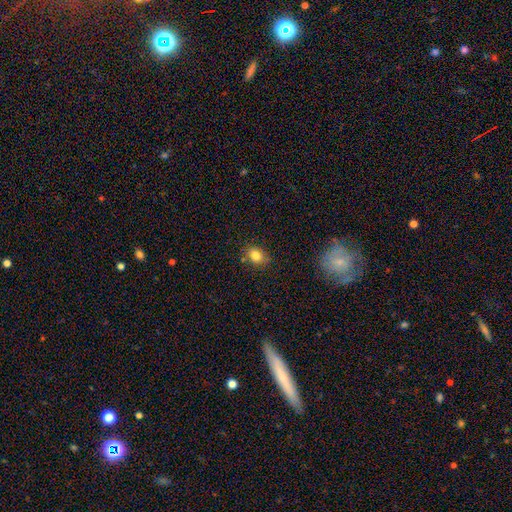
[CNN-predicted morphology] smooth_or_featured: smooth (p=0.82) [alt: star or artifact p=0.10]
how_rounded: in between (p=0.63) [alt: round p=0.36]
merging: none (p=0.79) [alt: minor disturbance p=0.14]